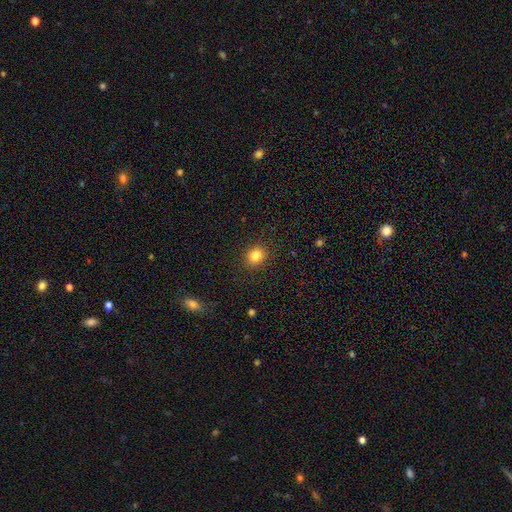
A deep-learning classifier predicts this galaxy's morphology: Smooth or featured? Predicted: smooth (p=0.84). How rounded? Predicted: round (p=0.76). Merging? Predicted: none (p=0.90).